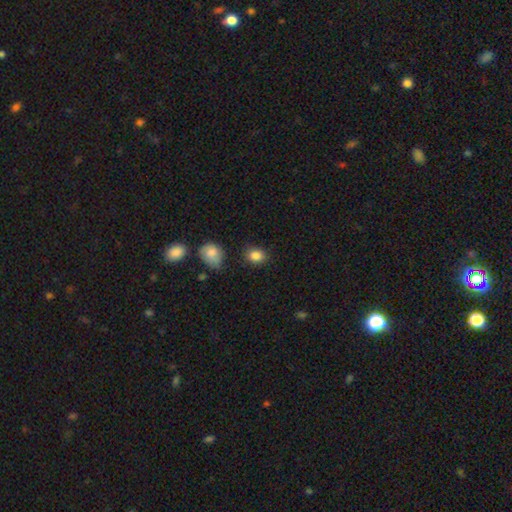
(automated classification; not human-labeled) Smooth or featured: smooth — 85% (star or artifact — 9%)
How rounded: in between — 58% (round — 41%)
Merging: none — 82% (minor disturbance — 13%)